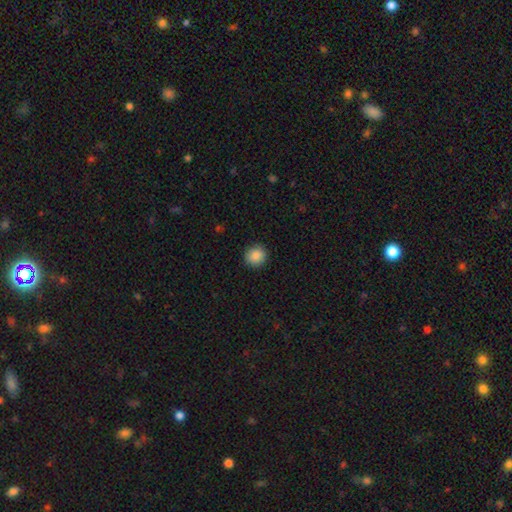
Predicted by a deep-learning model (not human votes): This is clearly a smooth galaxy (88%). How rounded: clearly round (91%). Merging: clearly none (91%).